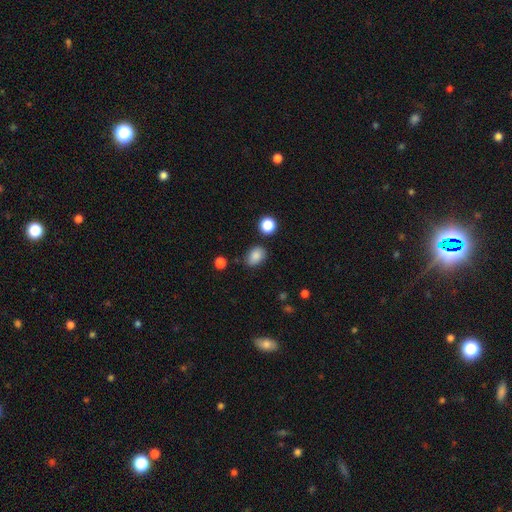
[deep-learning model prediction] smooth-or-featured: smooth: 86% | star or artifact: 10% | featured or disk: 4%
  how-rounded: in between: 75% | round: 24% | cigar-shaped: 1%
  merging: none: 74% | minor disturbance: 18% | major disturbance: 4% | merger: 4%